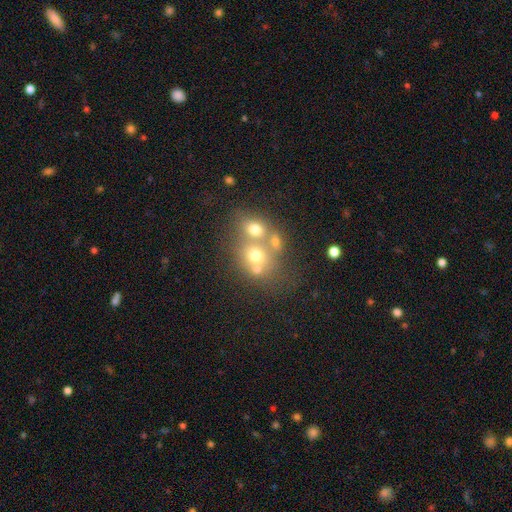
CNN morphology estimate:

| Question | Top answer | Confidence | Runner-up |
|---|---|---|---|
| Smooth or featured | smooth | 49% | featured or disk (29%) |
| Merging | merger | 62% | none (28%) |